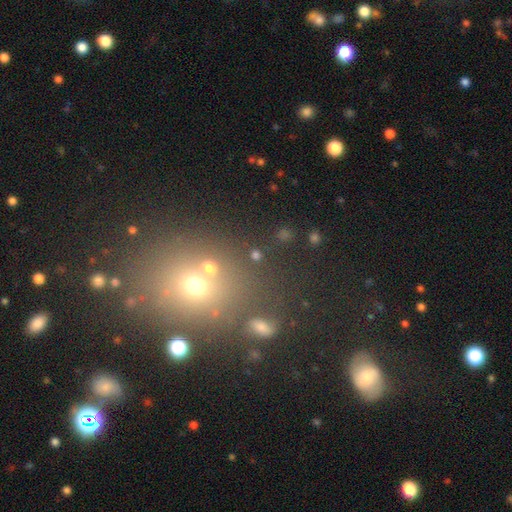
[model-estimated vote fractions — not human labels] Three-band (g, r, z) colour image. It shows a smooth galaxy with no disk features (55%) that is round (73%). Merging: none (70%).